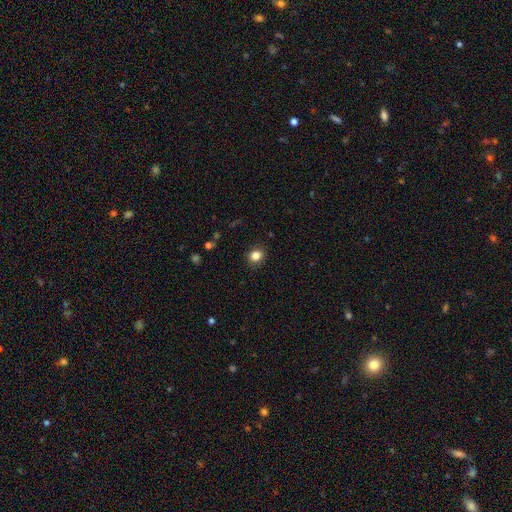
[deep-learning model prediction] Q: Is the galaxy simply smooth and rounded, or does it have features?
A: smooth — 84%.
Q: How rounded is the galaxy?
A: round — 65%.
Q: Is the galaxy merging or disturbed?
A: none — 88%.